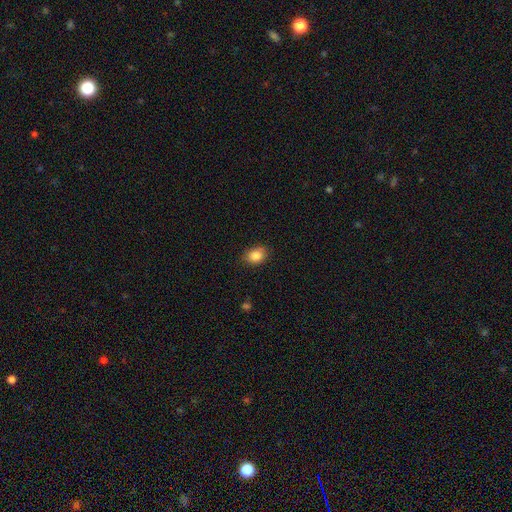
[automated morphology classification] type=smooth (86%); roundness=in between (72%); merging=none (85%).